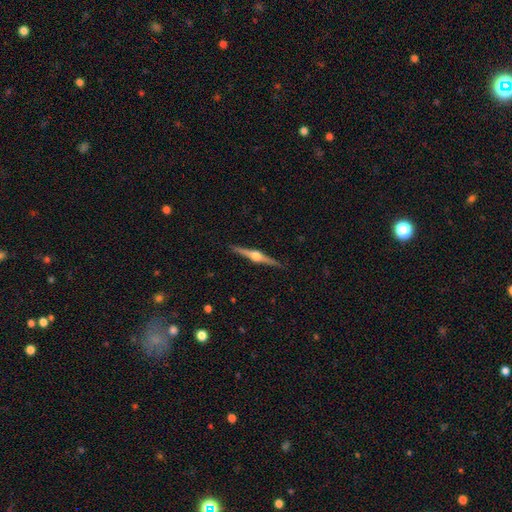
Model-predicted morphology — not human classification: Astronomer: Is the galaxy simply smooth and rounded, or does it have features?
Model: featured or disk — 84%.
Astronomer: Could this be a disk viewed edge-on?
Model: yes — 98%.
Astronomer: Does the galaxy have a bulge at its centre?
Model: rounded — 95%.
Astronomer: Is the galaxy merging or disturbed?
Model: none — 91%.